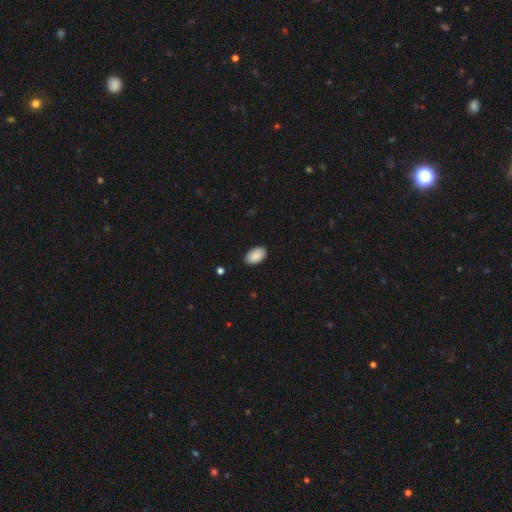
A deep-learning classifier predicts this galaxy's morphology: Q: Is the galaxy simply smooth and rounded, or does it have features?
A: smooth — 90%.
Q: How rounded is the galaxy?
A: in between — 94%.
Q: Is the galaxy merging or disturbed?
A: none — 88%.